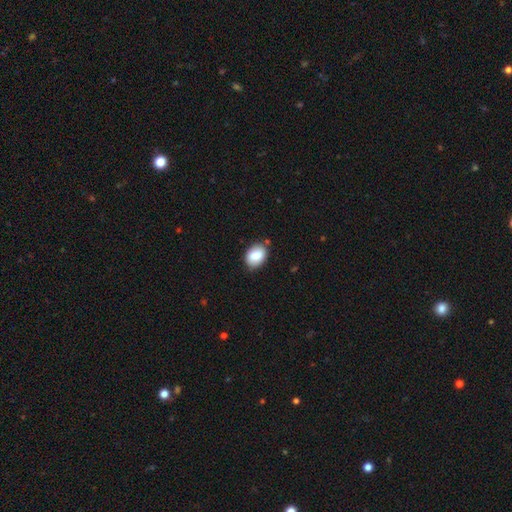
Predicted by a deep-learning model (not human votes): A smooth galaxy with no disk features (83%) that is in between round and cigar-shaped (77%).

Vote fractions:
- Smooth or featured? smooth: 83% / featured or disk: 9% / star or artifact: 7%
- How rounded? in between: 77% / round: 22% / cigar-shaped: 1%
- Merging? none: 81% / minor disturbance: 14% / merger: 3% / major disturbance: 3%